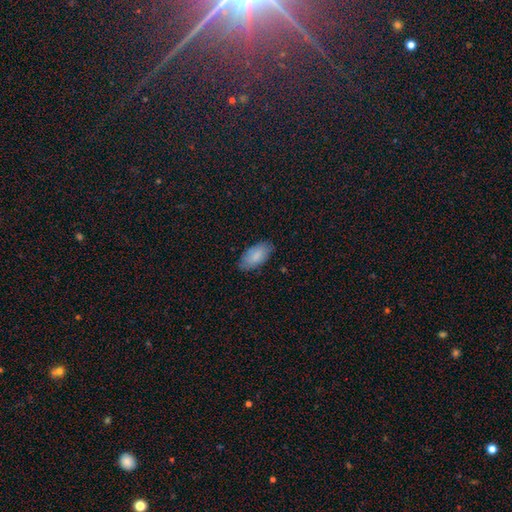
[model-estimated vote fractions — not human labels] Smooth or featured?
  - smooth: 85% *
  - featured or disk: 8%
  - star or artifact: 6%
How rounded?
  - in between: 94% *
  - cigar-shaped: 4%
  - round: 2%
Merging?
  - none: 81% *
  - minor disturbance: 15%
  - major disturbance: 3%
  - merger: 1%